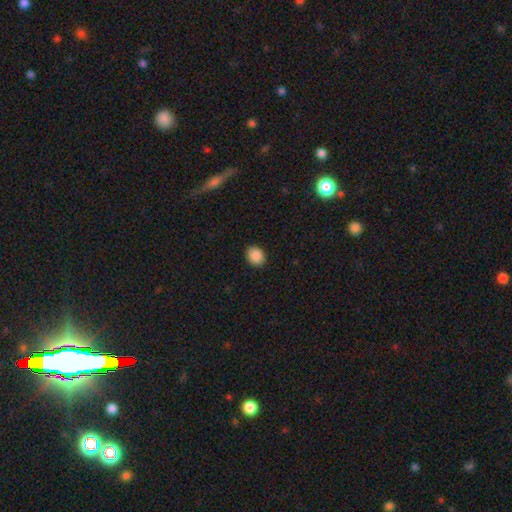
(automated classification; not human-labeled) smooth 89%, star or artifact 8%, featured or disk 3%. Down the decision tree: how rounded — in between (51%); merging — none (90%).